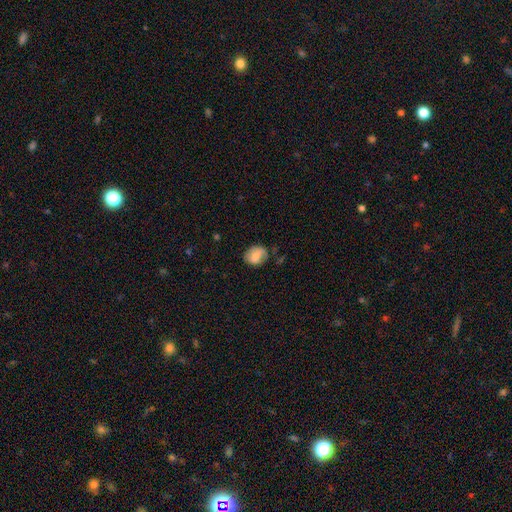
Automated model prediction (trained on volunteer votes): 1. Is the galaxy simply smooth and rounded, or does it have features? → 67% smooth, 25% featured or disk, 8% star or artifact.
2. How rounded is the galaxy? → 50% in between, 49% round, 1% cigar-shaped.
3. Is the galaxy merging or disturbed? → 60% none, 28% minor disturbance, 10% major disturbance, 3% merger.